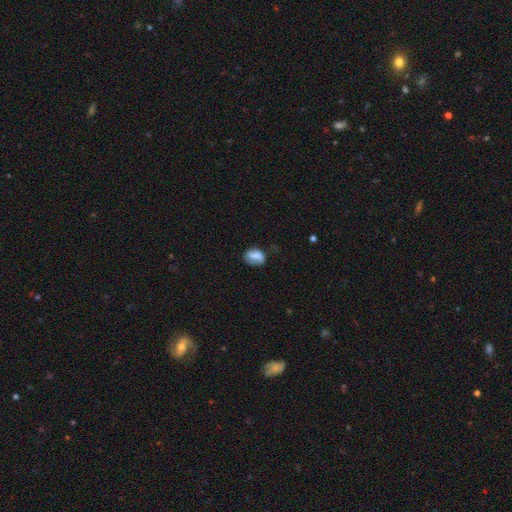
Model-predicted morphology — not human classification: smooth 67%, featured or disk 24%, star or artifact 9%. Down the decision tree: how rounded — in between (72%); merging — none (54%).